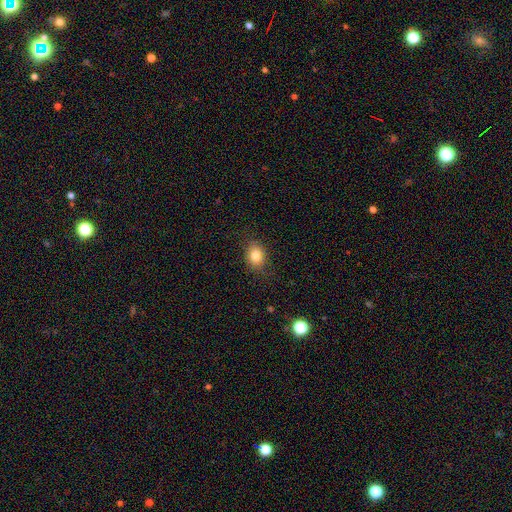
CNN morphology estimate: A smooth galaxy with no disk features (82%) that is in between round and cigar-shaped (52%).

Vote fractions:
- Smooth or featured? smooth: 82% / star or artifact: 10% / featured or disk: 7%
- How rounded? in between: 52% / round: 47% / cigar-shaped: 1%
- Merging? none: 81% / minor disturbance: 14% / major disturbance: 4% / merger: 1%